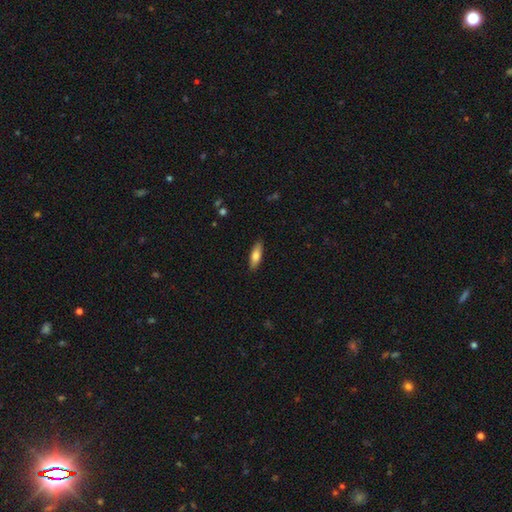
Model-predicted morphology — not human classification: Smooth or featured? smooth (74%)
How rounded? in between (56%)
Merging? none (88%)